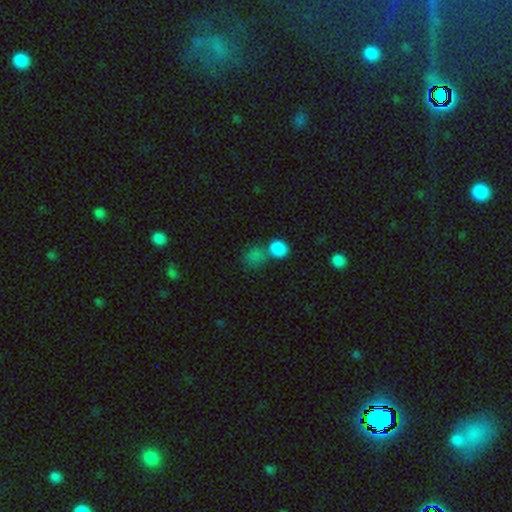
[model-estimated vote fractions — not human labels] This is likely a smooth galaxy (79%). How rounded: likely round (72%). Merging: possibly none (46%).